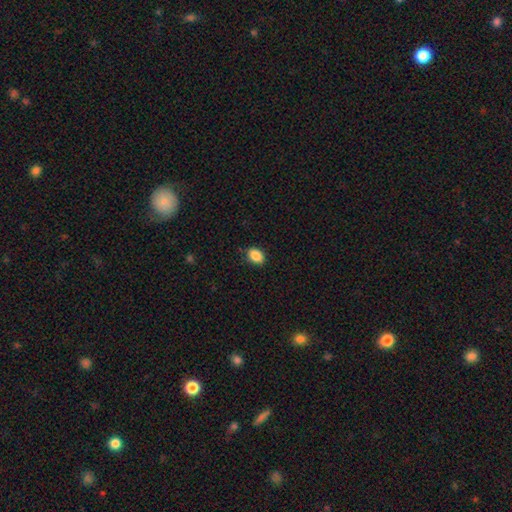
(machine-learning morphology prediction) This is clearly a smooth galaxy (88%). How rounded: likely in between (75%). Merging: clearly none (86%).